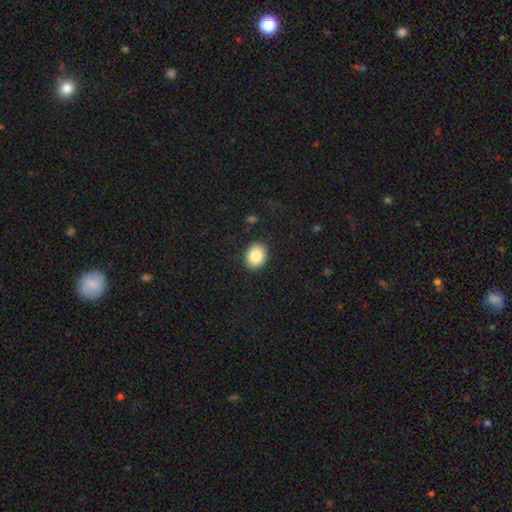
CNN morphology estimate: smooth_or_featured: smooth (p=0.86) [alt: star or artifact p=0.08]
how_rounded: in between (p=0.54) [alt: round p=0.45]
merging: none (p=0.90) [alt: minor disturbance p=0.07]